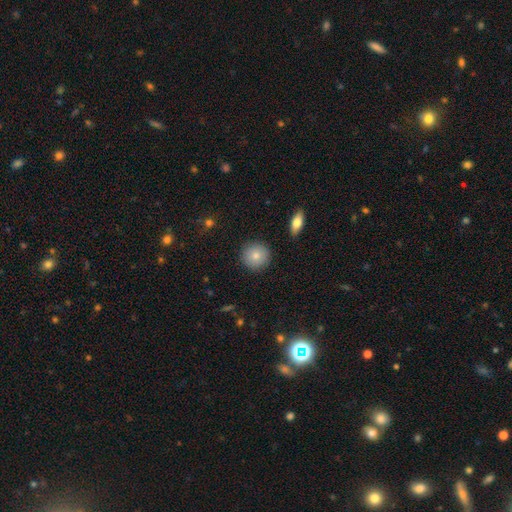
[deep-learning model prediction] Q: Smooth or featured?
A: smooth (82%); runner-up: featured or disk (10%)
Q: How rounded?
A: round (94%); runner-up: in between (5%)
Q: Merging?
A: none (91%); runner-up: minor disturbance (6%)